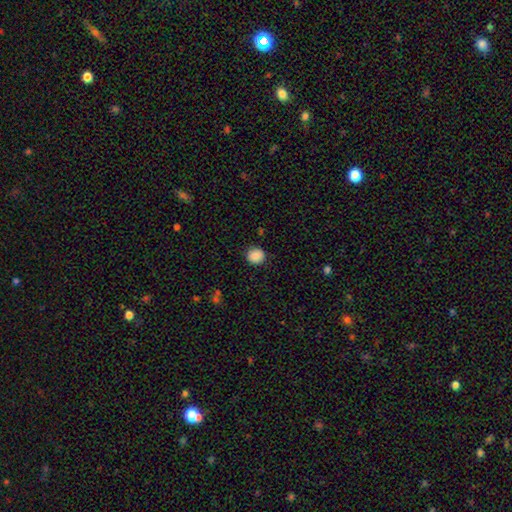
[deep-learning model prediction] Overall: smooth (88%). How rounded: round (88%). Merging: none (89%).